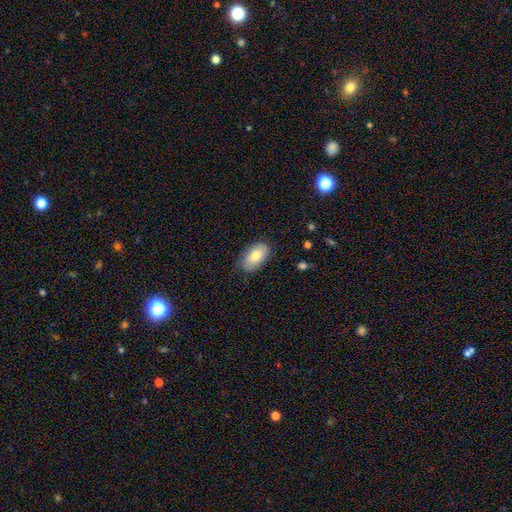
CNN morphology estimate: This appears to be a smooth galaxy with no disk features (74%) that is in between round and cigar-shaped (93%). Merging: none (74%).